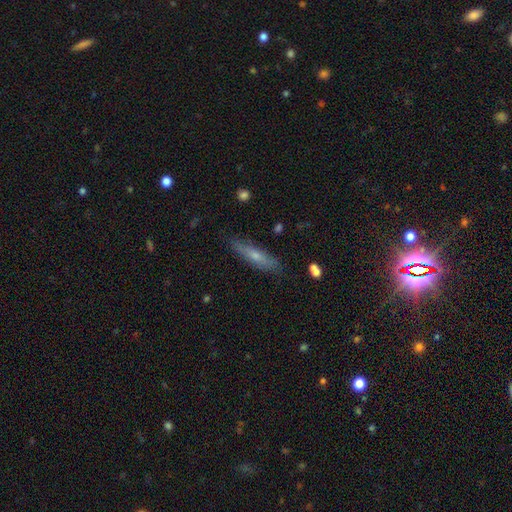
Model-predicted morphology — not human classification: smooth-or-featured: smooth: 53% | featured or disk: 40% | star or artifact: 7%
  how-rounded: cigar-shaped: 80% | in between: 18% | round: 2%
  merging: none: 82% | minor disturbance: 14% | major disturbance: 3% | merger: 2%